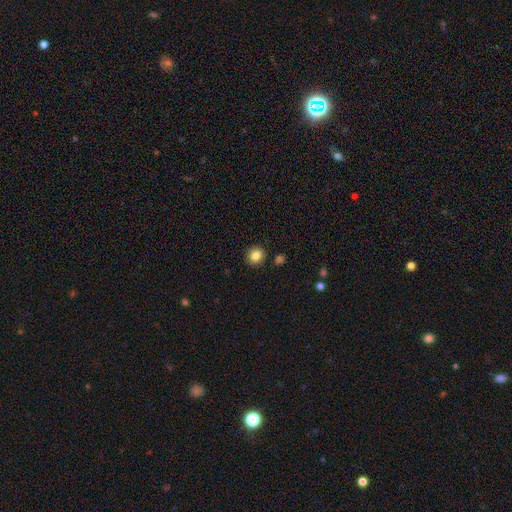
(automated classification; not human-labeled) This appears to be a smooth galaxy with no disk features (84%) that is round (88%). Merging: none (90%).